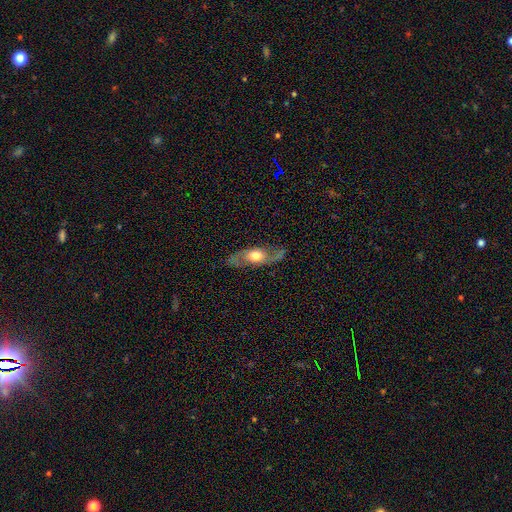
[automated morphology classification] The model was most divided on "bulge size": moderate: 59%, large: 32%, small: 6%, dominant: 2%, none: 1%. More confident: spiral arms — yes (80%); edge-on disk — no (77%); merging — none (75%); bar — no (73%); smooth or featured — featured or disk (69%).